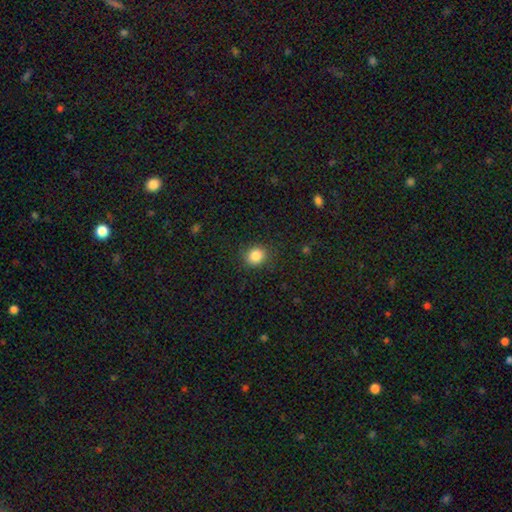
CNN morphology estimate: type=smooth (86%); roundness=round (81%); merging=none (86%).